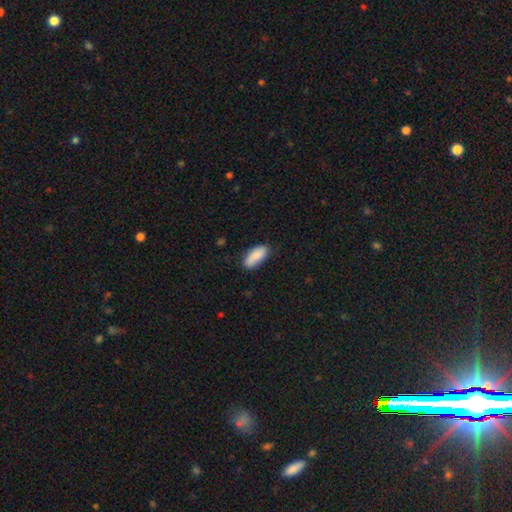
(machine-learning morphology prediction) A smooth galaxy with no disk features (87%) that is in between round and cigar-shaped (84%).

Vote fractions:
- Smooth or featured? smooth: 87% / featured or disk: 7% / star or artifact: 6%
- How rounded? in between: 84% / cigar-shaped: 14% / round: 2%
- Merging? none: 80% / minor disturbance: 16% / major disturbance: 3% / merger: 2%